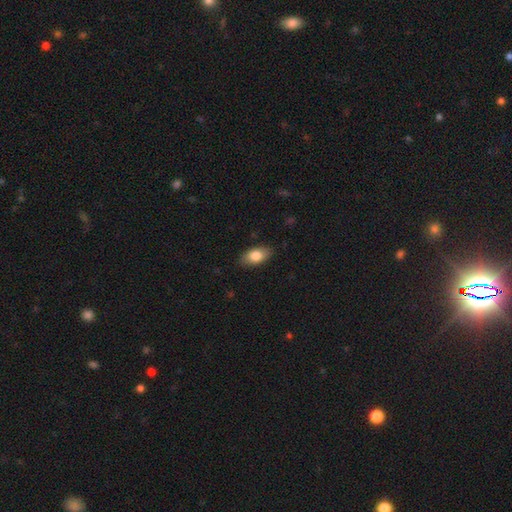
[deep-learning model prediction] Smooth or featured: smooth — 82% (featured or disk — 12%)
How rounded: in between — 91% (round — 5%)
Merging: none — 84% (minor disturbance — 12%)